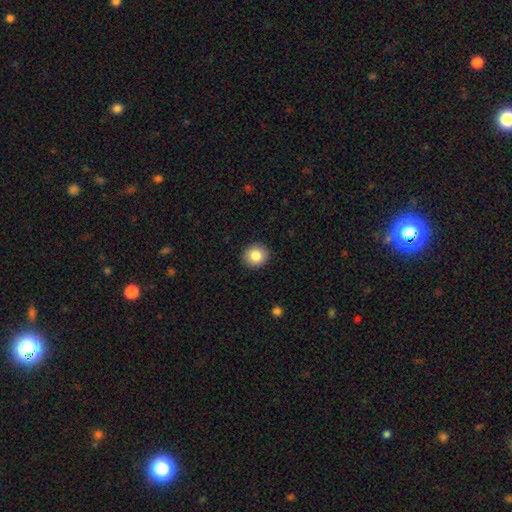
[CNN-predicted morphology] Smooth or featured? smooth (84%)
How rounded? round (85%)
Merging? none (91%)